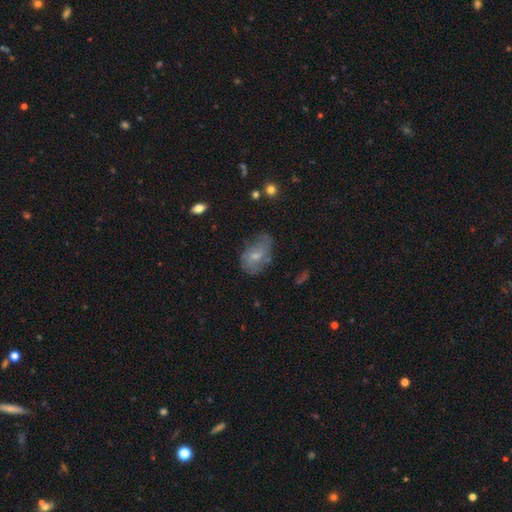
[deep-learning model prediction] This appears to be a smooth galaxy with no disk features (45%, tied with featured or disk). Merging: none (45%).